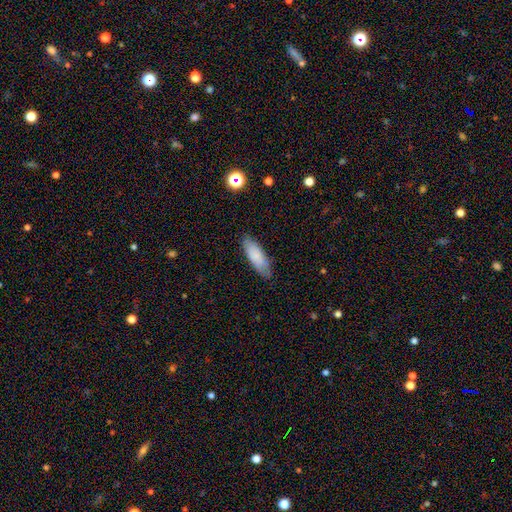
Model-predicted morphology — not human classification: A smooth galaxy with no disk features (80%) that is in between round and cigar-shaped (65%). Merging: none (81%).